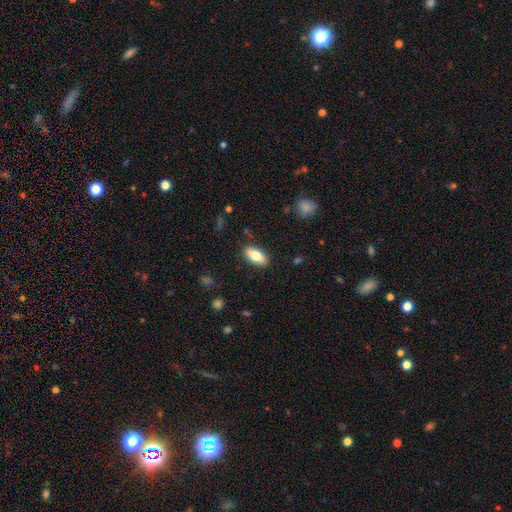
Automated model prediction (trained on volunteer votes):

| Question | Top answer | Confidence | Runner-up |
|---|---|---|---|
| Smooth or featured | smooth | 76% | featured or disk (17%) |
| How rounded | in between | 85% | cigar-shaped (12%) |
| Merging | none | 87% | minor disturbance (9%) |